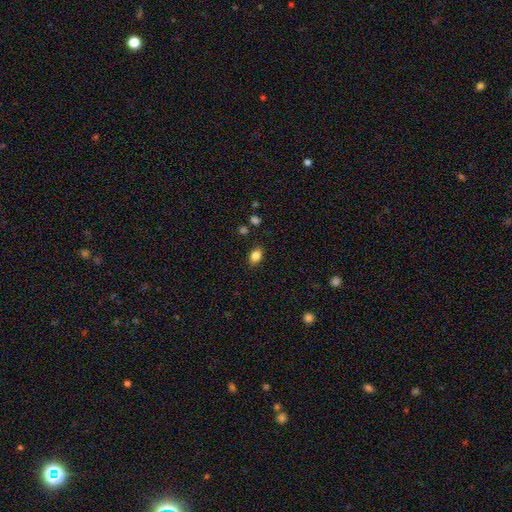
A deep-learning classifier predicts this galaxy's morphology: This appears to be a smooth galaxy with no disk features (84%) that is in between round and cigar-shaped (65%). Merging: none (86%).